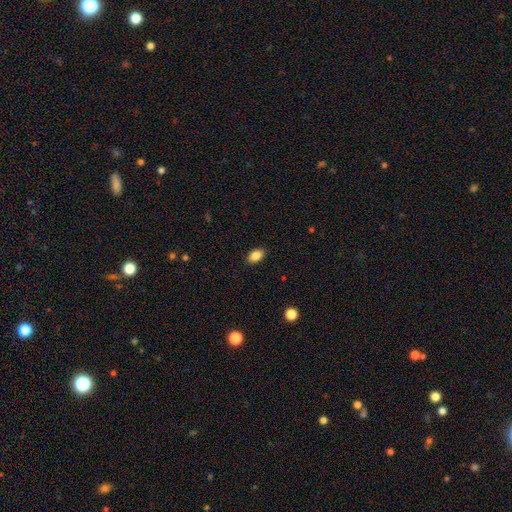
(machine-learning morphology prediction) A smooth galaxy with no disk features (87%) that is in between round and cigar-shaped (90%).

Vote fractions:
- Smooth or featured? smooth: 87% / star or artifact: 8% / featured or disk: 5%
- How rounded? in between: 90% / round: 8% / cigar-shaped: 2%
- Merging? none: 88% / minor disturbance: 8% / major disturbance: 2% / merger: 1%